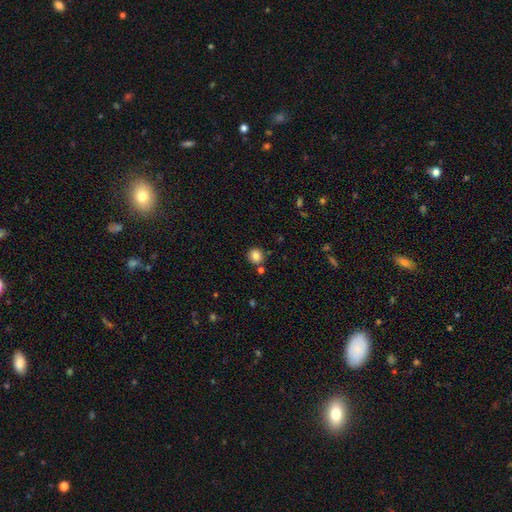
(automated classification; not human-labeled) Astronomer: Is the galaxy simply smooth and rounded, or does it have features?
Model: smooth — 84%.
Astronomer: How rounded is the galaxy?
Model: round — 90%.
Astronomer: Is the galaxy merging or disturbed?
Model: none — 81%.